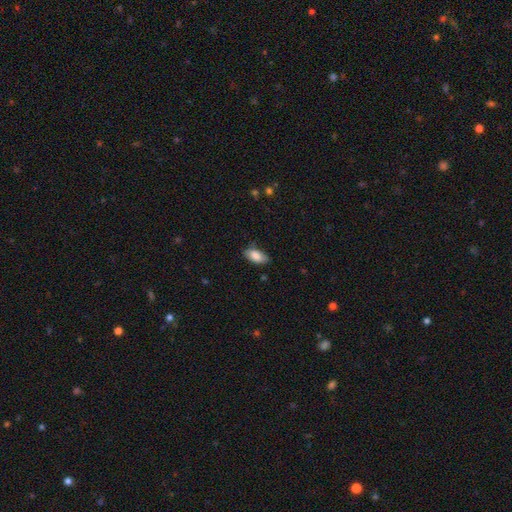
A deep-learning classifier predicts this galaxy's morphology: This appears to be a smooth galaxy with no disk features (85%) that is in between round and cigar-shaped (91%). Merging: none (79%).